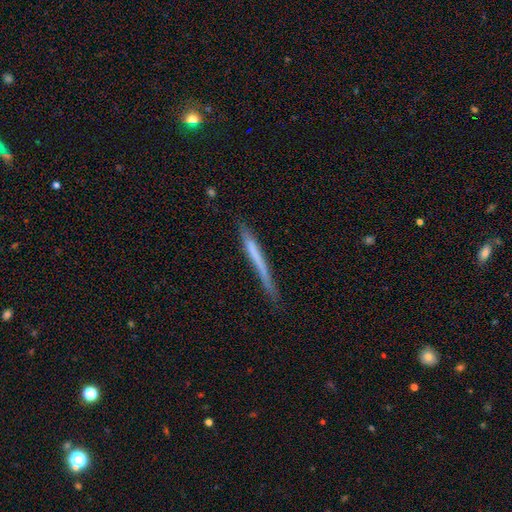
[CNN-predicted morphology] This is possibly a smooth galaxy (52%). How rounded: clearly cigar-shaped (97%). Merging: likely none (71%).